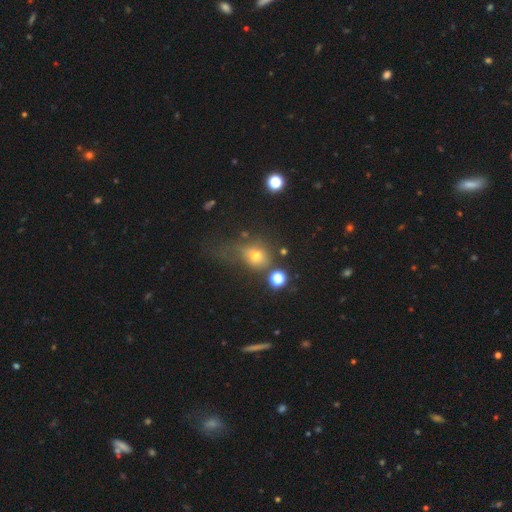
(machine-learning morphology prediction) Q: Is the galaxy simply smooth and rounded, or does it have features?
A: smooth — 66%.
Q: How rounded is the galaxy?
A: round — 62%.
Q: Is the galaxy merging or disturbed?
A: none — 39%.